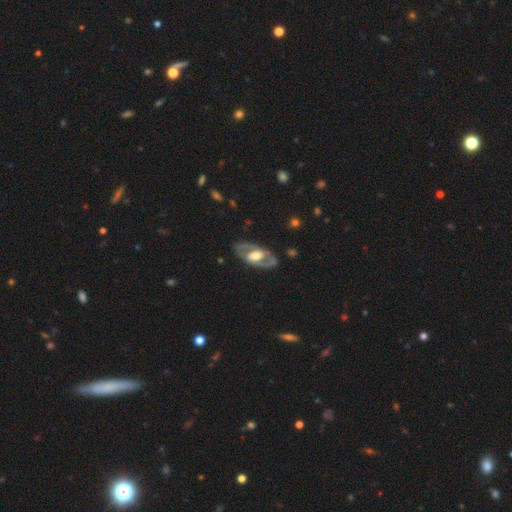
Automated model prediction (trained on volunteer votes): This appears to be a featured or disk galaxy (74%) with no bar (39%), spiral arms (56%) and a moderate central bulge (64%). Merging: none (80%).